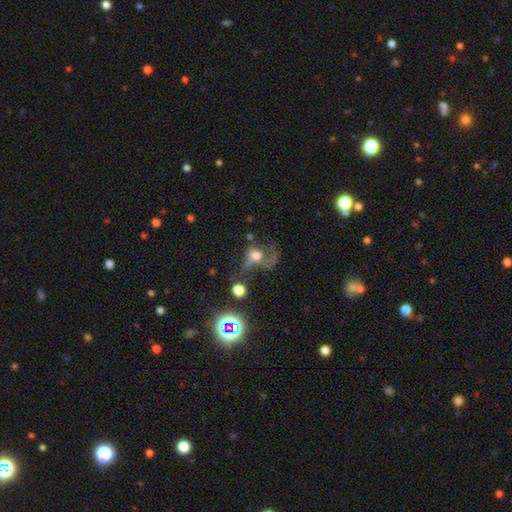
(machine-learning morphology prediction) Q: Smooth or featured?
A: featured or disk (42%); runner-up: smooth (41%)
Q: Merging?
A: major disturbance (52%); runner-up: none (22%)